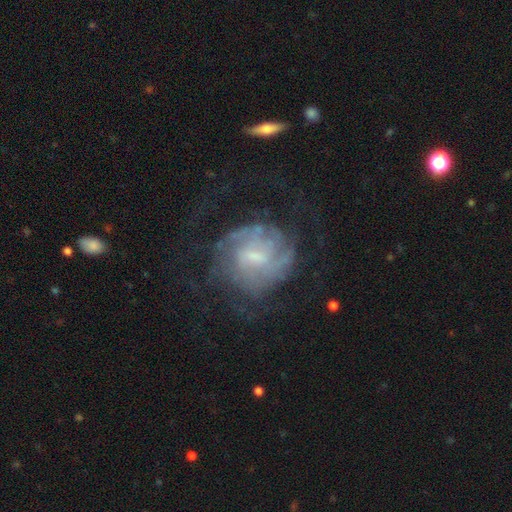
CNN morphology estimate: The model was most divided on "spiral winding": tight: 48%, medium: 37%, loose: 15%. Remaining: edge-on disk — no (97%); spiral arms — yes (87%); smooth or featured — featured or disk (76%); merging — none (61%); bar — weak (55%); bulge size — small (49%); spiral arm count — can't tell (45%).